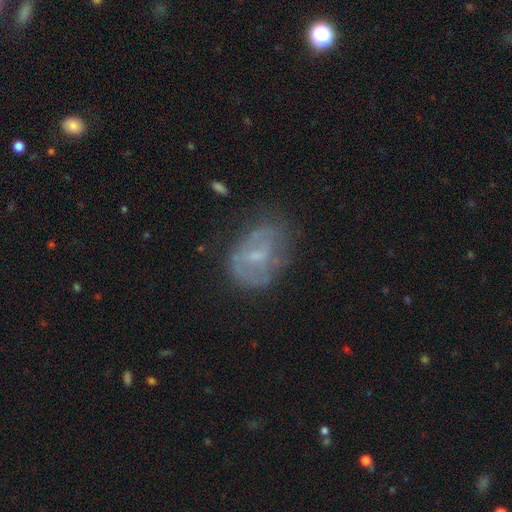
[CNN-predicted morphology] Smooth or featured? featured or disk (56%)
Edge-on disk? no (96%)
Bar? no (46%)
Spiral arms? no (53%)
Bulge size? small (53%)
Merging? none (55%)